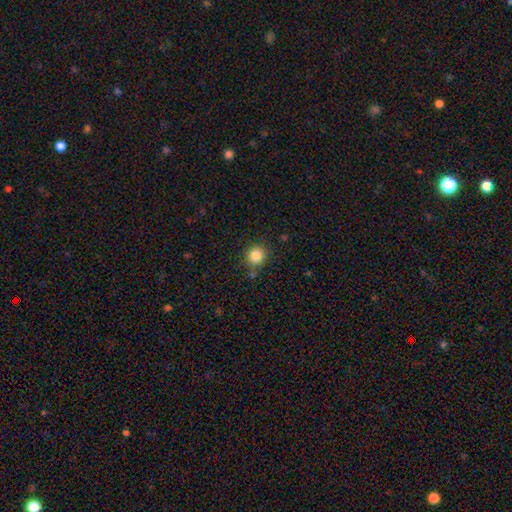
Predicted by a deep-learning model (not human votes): The model was most divided on "merging": none: 80%, minor disturbance: 11%, merger: 5%, major disturbance: 3%. More confident: how rounded — round (89%); smooth or featured — smooth (84%).